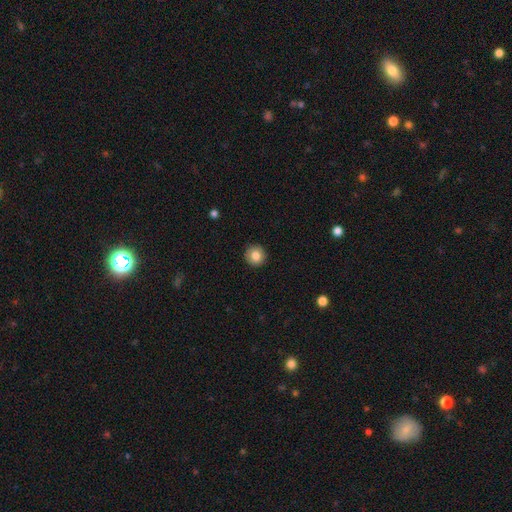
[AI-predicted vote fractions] A smooth galaxy with no disk features (84%) that is round (92%).

Vote fractions:
- Smooth or featured? smooth: 84% / star or artifact: 9% / featured or disk: 7%
- How rounded? round: 92% / in between: 7% / cigar-shaped: 1%
- Merging? none: 91% / minor disturbance: 6% / major disturbance: 2% / merger: 1%